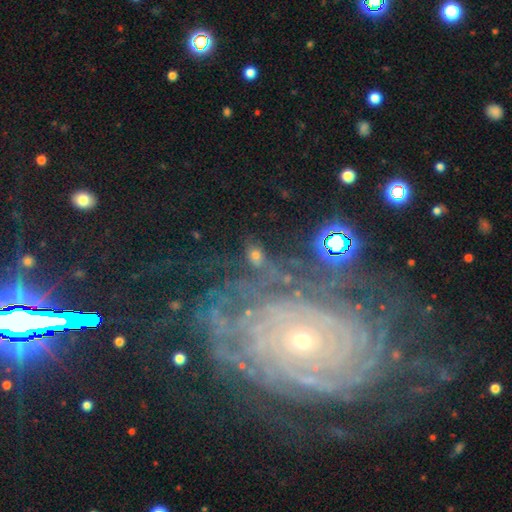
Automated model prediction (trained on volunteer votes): Smooth or featured: smooth — 39% (featured or disk — 37%)
Merging: none — 68% (minor disturbance — 15%)